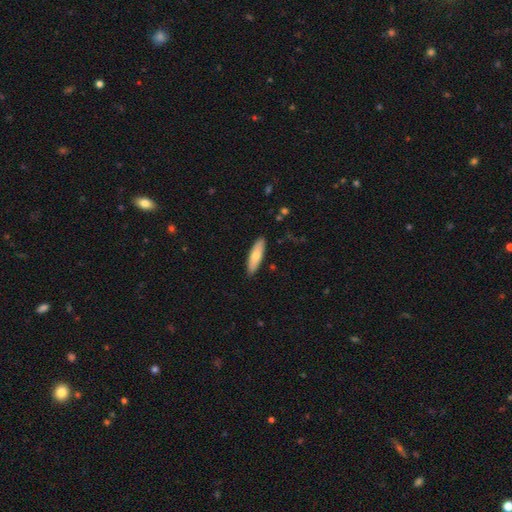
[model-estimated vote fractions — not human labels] A smooth galaxy with no disk features (70%) that is cigar-shaped (61%). Merging: none (89%).